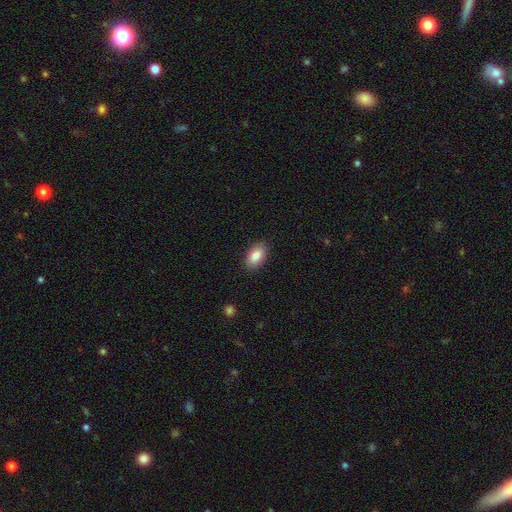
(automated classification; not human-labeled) smooth-or-featured: smooth: 85% | featured or disk: 8% | star or artifact: 7%
  how-rounded: in between: 92% | round: 6% | cigar-shaped: 2%
  merging: none: 88% | minor disturbance: 9% | major disturbance: 2% | merger: 1%